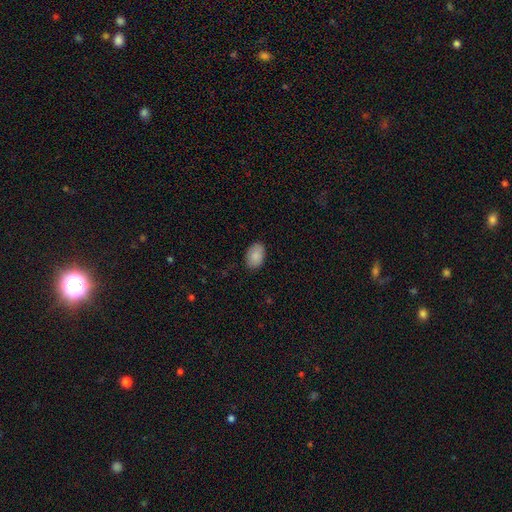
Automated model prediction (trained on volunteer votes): Smooth or featured: smooth — 88% (star or artifact — 7%)
How rounded: in between — 87% (round — 12%)
Merging: none — 86% (minor disturbance — 11%)